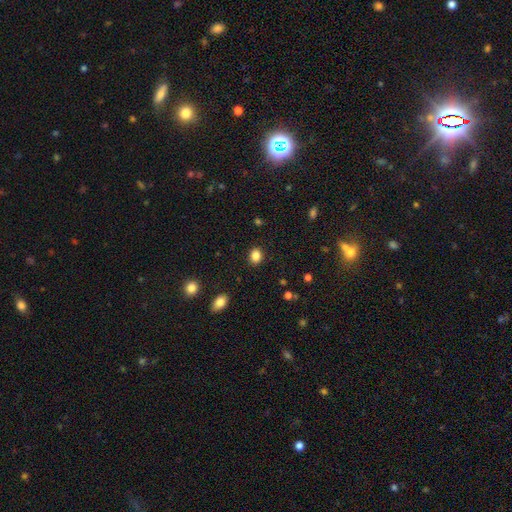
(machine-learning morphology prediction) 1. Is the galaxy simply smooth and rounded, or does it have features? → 86% smooth, 10% star or artifact, 4% featured or disk.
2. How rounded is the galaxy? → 50% in between, 49% round, 1% cigar-shaped.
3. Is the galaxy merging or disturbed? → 89% none, 8% minor disturbance, 2% major disturbance, 1% merger.